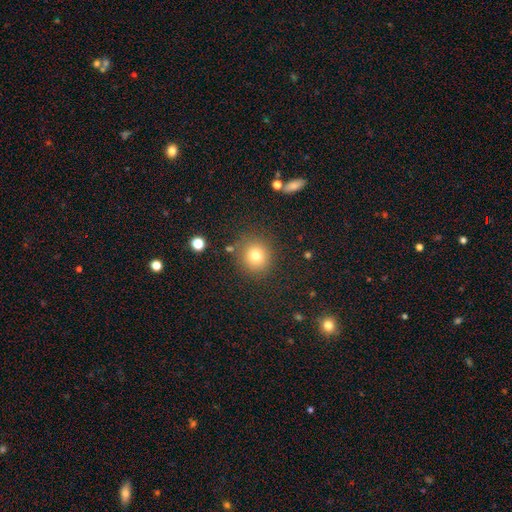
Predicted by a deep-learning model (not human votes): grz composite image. It shows a smooth galaxy with no disk features (79%) that is round (91%). Merging: none (84%).